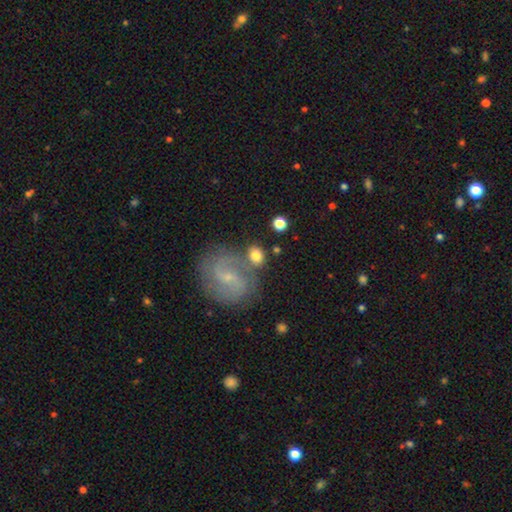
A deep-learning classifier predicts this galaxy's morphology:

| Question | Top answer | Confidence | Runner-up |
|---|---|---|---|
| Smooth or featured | smooth | 65% | featured or disk (27%) |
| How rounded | round | 57% | in between (41%) |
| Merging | none | 63% | merger (18%) |